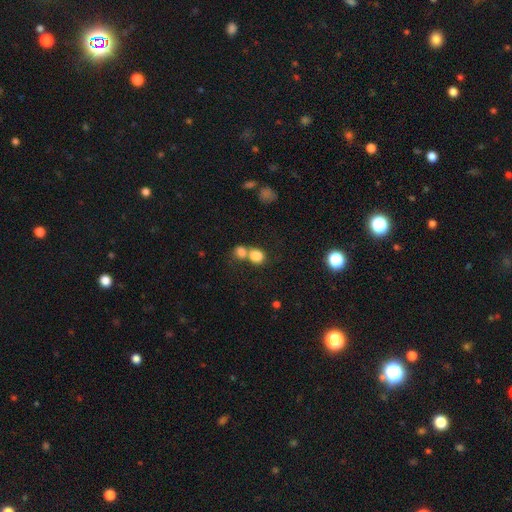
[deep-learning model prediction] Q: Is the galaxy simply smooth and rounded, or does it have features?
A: smooth — 79%.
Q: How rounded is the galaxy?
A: round — 56%.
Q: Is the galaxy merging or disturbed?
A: merger — 65%.